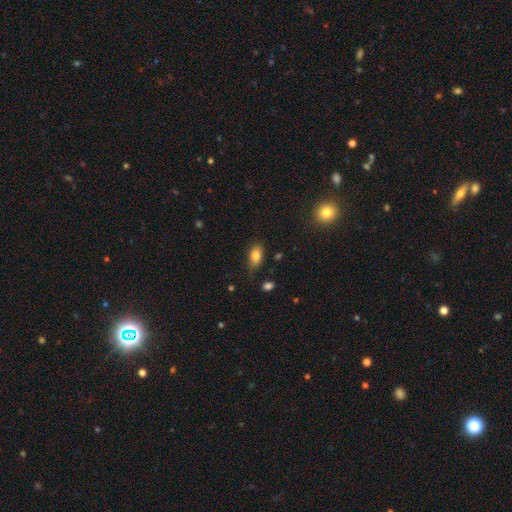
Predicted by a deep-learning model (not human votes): smooth 82%, featured or disk 9%, star or artifact 9%. Down the decision tree: how rounded — in between (88%); merging — none (77%).